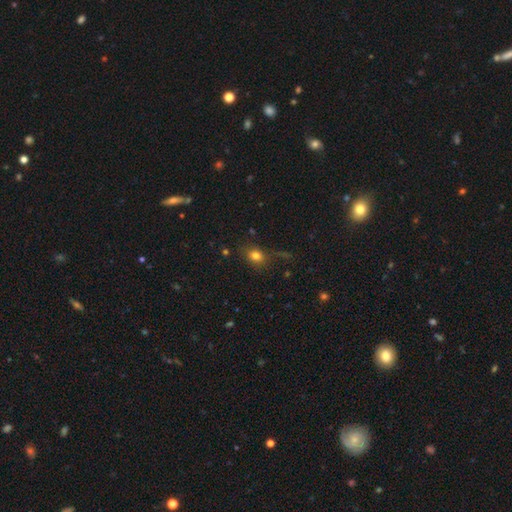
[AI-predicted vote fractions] smooth_or_featured: smooth (p=0.79) [alt: star or artifact p=0.13]
how_rounded: in between (p=0.49) [tied with: round p=0.49]
merging: none (p=0.74) [alt: minor disturbance p=0.15]